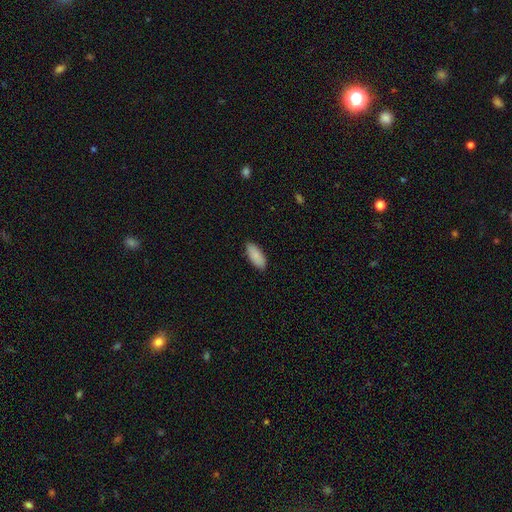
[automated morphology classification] type=smooth (89%); roundness=in between (86%); merging=none (88%).